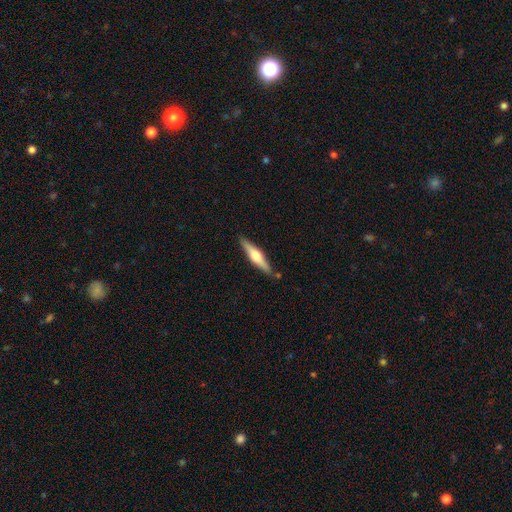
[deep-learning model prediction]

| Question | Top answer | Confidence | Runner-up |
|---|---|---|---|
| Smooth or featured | featured or disk | 57% | smooth (38%) |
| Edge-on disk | yes | 96% | no (4%) |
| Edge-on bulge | rounded | 88% | boxy (9%) |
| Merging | none | 86% | minor disturbance (10%) |